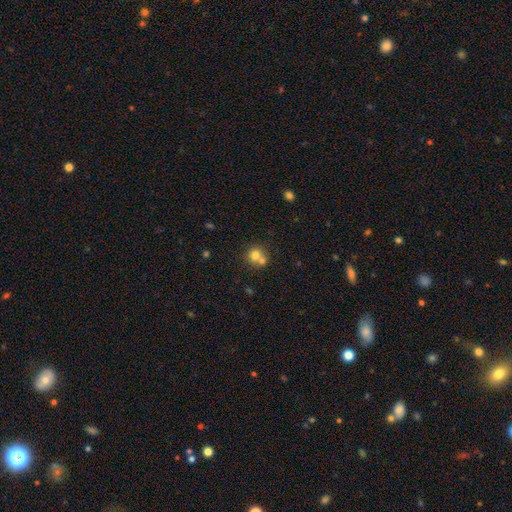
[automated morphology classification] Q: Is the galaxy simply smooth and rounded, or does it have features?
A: smooth — 73%.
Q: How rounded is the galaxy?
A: round — 86%.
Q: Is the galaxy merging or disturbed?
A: merger — 47%.